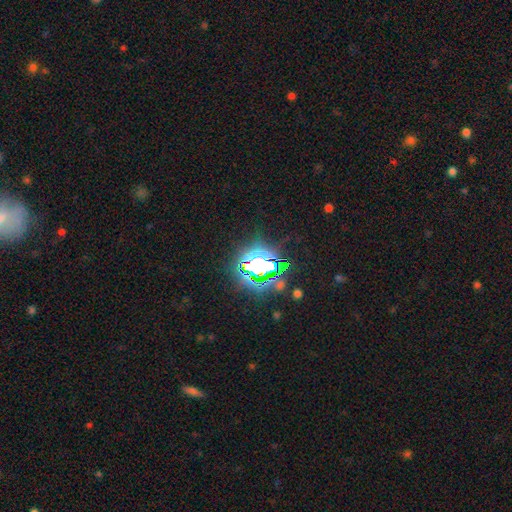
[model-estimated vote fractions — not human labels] Smooth or featured?
  - star or artifact: 73% *
  - smooth: 15%
  - featured or disk: 12%